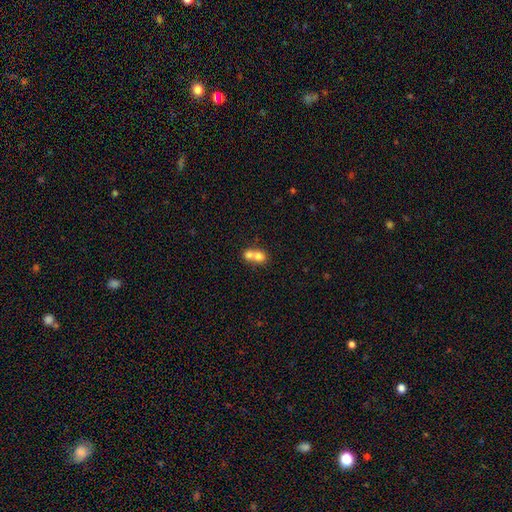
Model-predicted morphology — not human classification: type=smooth (73%); roundness=round (68%); merging=merger (73%).